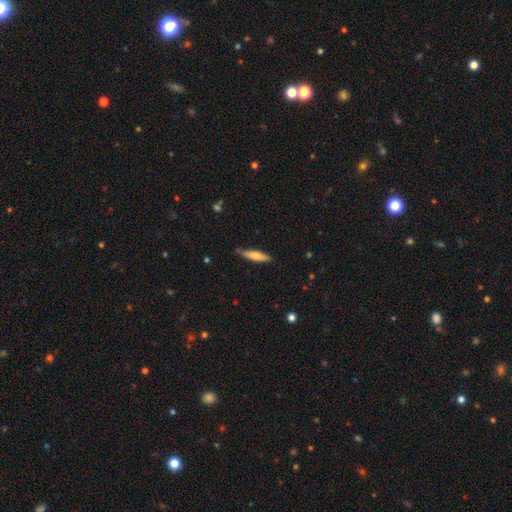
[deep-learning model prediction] The model was most divided on "smooth or featured": smooth: 62%, featured or disk: 32%, star or artifact: 6%. More confident: merging — none (82%); how rounded — cigar-shaped (80%).